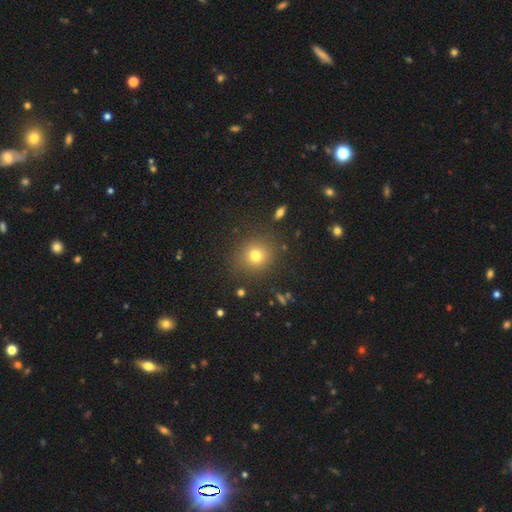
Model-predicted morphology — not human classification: A smooth galaxy with no disk features (75%) that is round (86%). Merging: none (86%).